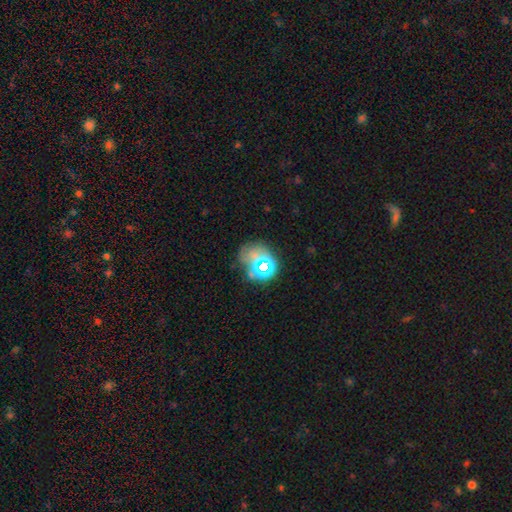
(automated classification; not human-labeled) The model was most divided on "smooth or featured": smooth: 42%, star or artifact: 40%, featured or disk: 19%. More confident: merging — none (50%).